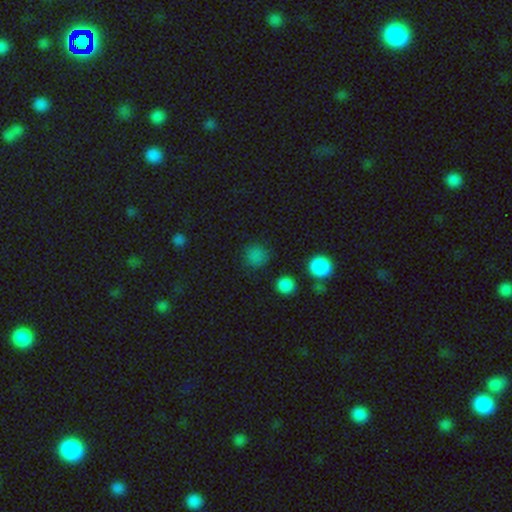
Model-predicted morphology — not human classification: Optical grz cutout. It shows a smooth galaxy with no disk features (76%) that is round (91%). Merging: none (83%).